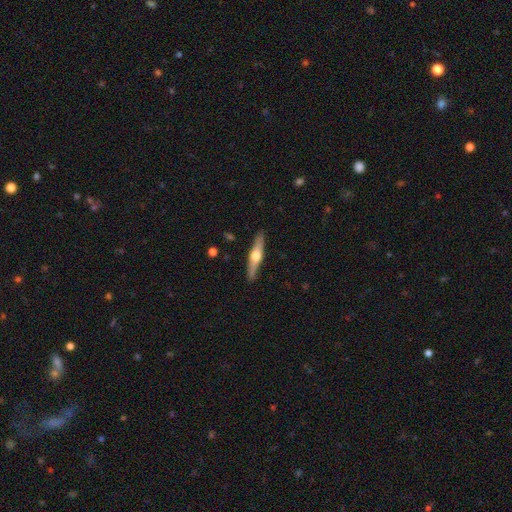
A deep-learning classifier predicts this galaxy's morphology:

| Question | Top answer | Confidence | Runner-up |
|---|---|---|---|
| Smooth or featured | featured or disk | 63% | smooth (32%) |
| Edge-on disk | yes | 96% | no (4%) |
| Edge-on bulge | rounded | 94% | boxy (3%) |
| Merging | none | 90% | minor disturbance (8%) |